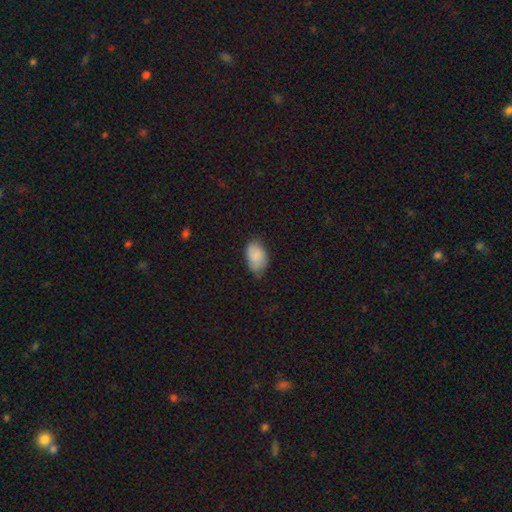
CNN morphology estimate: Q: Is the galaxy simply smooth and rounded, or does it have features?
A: smooth — 87%.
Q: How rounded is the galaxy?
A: in between — 91%.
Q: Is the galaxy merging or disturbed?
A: none — 64%.